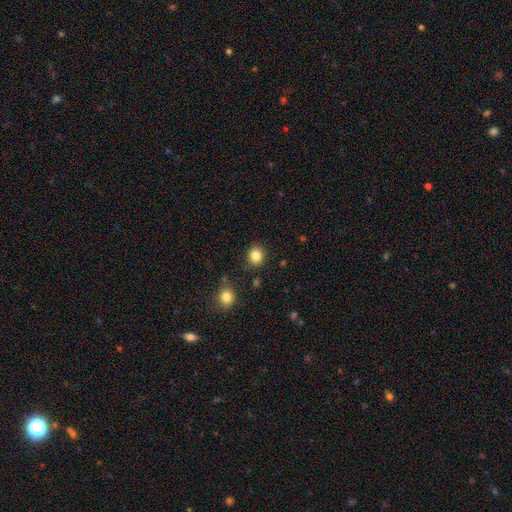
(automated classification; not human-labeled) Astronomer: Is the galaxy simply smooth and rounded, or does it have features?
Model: smooth — 85%.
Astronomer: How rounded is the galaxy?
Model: round — 83%.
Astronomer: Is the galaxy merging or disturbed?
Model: none — 85%.